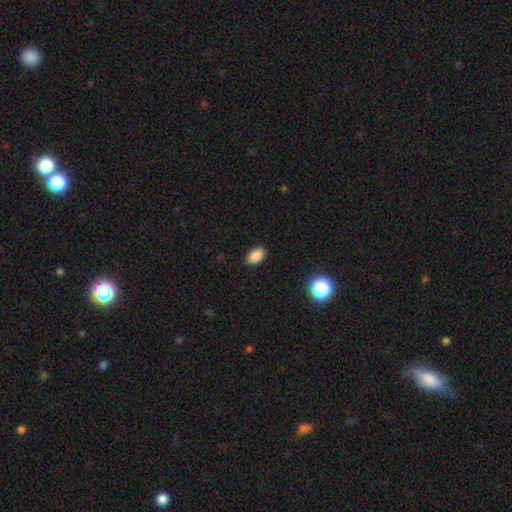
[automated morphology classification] Q: Smooth or featured?
A: smooth (87%); runner-up: star or artifact (10%)
Q: How rounded?
A: in between (88%); runner-up: round (11%)
Q: Merging?
A: none (88%); runner-up: minor disturbance (9%)